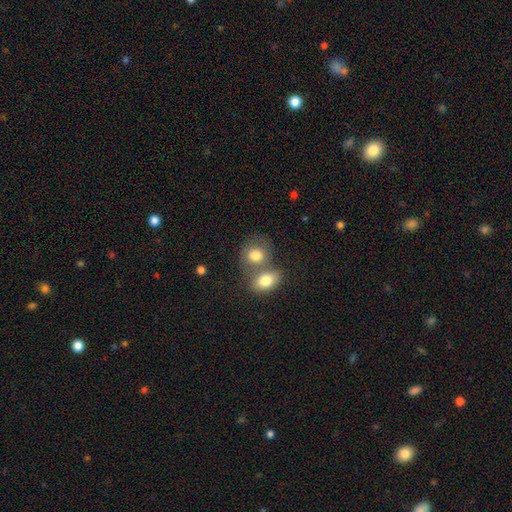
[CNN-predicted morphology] Smooth or featured?
  - smooth: 78% *
  - featured or disk: 14%
  - star or artifact: 8%
How rounded?
  - round: 56% *
  - in between: 42%
  - cigar-shaped: 1%
Merging?
  - merger: 51% *
  - none: 35%
  - minor disturbance: 9%
  - major disturbance: 4%